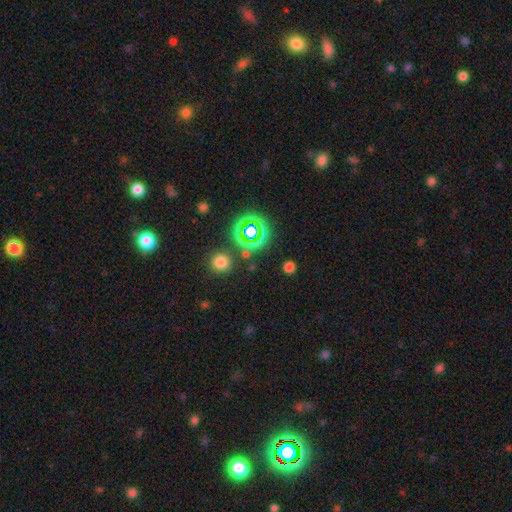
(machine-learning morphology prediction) Smooth or featured? smooth (48%)
Merging? none (78%)